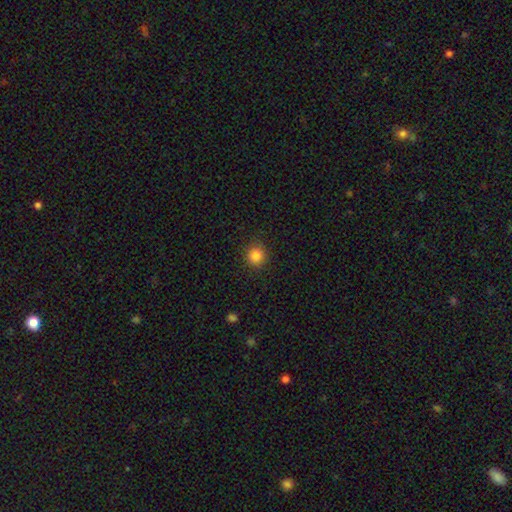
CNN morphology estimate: The model was most divided on "smooth or featured": smooth: 85%, star or artifact: 11%, featured or disk: 4%. More confident: how rounded — round (91%); merging — none (89%).